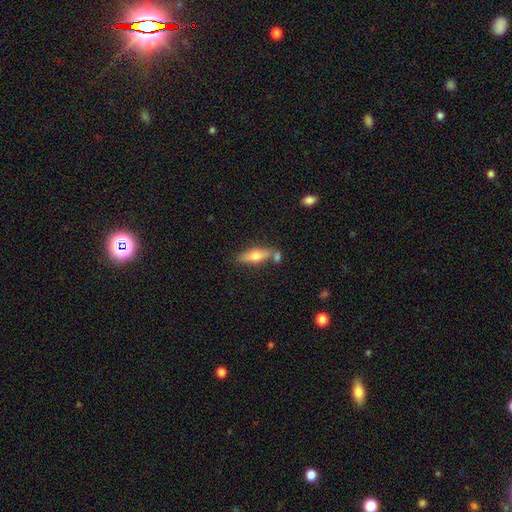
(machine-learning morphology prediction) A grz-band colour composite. It shows a smooth galaxy with no disk features (59%) that is in between round and cigar-shaped (49%). Merging: none (65%).